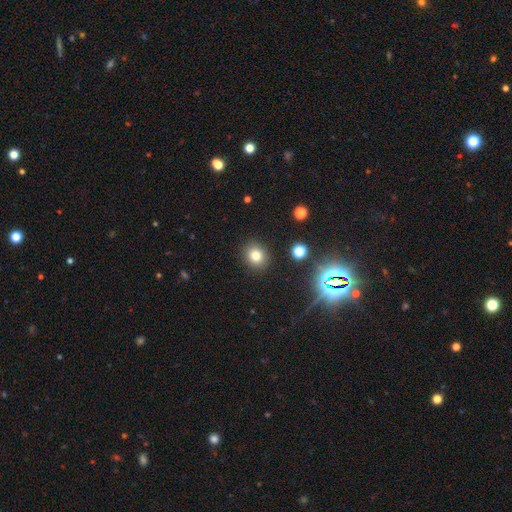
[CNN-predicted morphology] Smooth or featured? smooth (78%)
How rounded? round (76%)
Merging? none (89%)